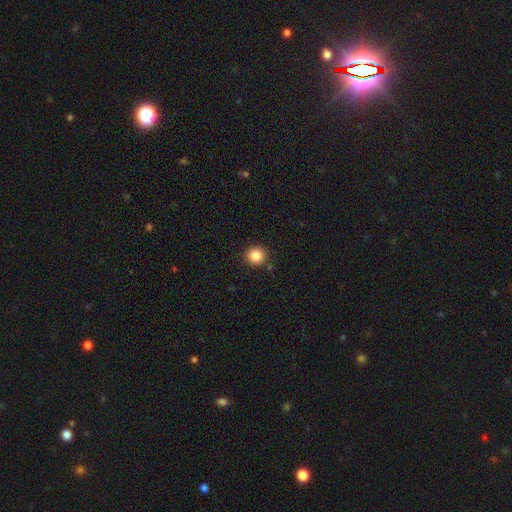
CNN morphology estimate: Smooth or featured: smooth — 85% (star or artifact — 10%)
How rounded: round — 93% (in between — 6%)
Merging: none — 88% (minor disturbance — 7%)